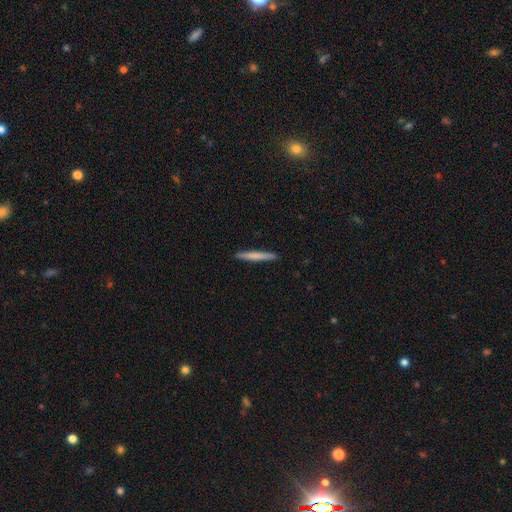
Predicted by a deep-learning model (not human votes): Smooth or featured? smooth (68%)
How rounded? cigar-shaped (97%)
Merging? none (92%)